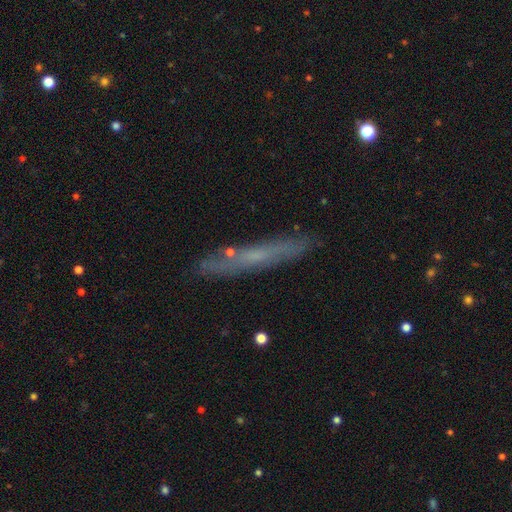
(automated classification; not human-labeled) This appears to be a featured or disk galaxy (48%). Merging: none (81%).